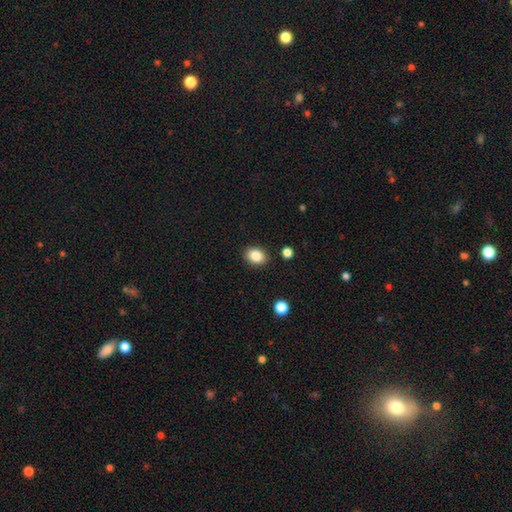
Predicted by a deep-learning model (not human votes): smooth-or-featured: smooth: 86% | star or artifact: 9% | featured or disk: 5%
  how-rounded: in between: 61% | round: 38% | cigar-shaped: 1%
  merging: none: 88% | minor disturbance: 8% | major disturbance: 2% | merger: 2%